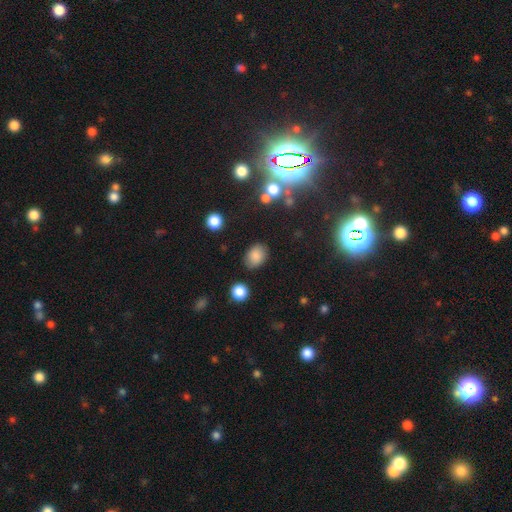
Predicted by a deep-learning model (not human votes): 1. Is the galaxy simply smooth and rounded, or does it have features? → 84% smooth, 10% star or artifact, 6% featured or disk.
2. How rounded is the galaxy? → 77% in between, 22% round, 1% cigar-shaped.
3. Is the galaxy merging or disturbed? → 82% none, 12% minor disturbance, 3% major disturbance, 3% merger.